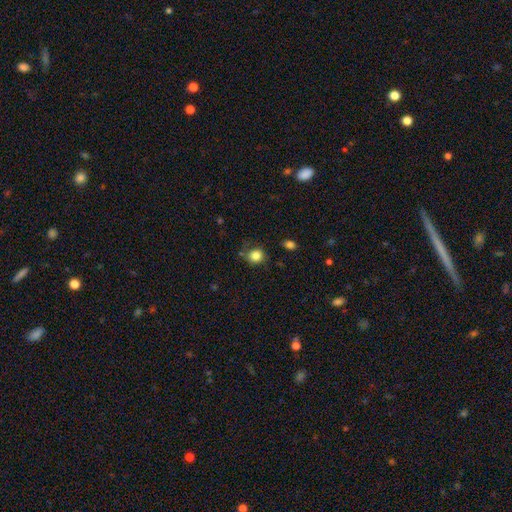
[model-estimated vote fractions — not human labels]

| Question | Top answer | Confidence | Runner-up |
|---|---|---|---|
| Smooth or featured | smooth | 84% | star or artifact (11%) |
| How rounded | round | 79% | in between (20%) |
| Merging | none | 72% | minor disturbance (19%) |